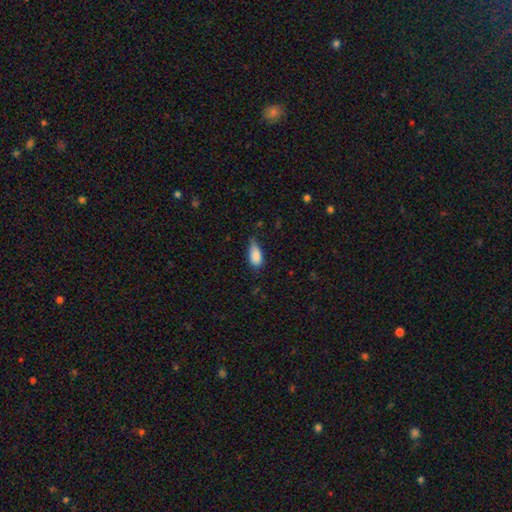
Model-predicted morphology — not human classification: Smooth or featured?
  - smooth: 86% *
  - star or artifact: 8%
  - featured or disk: 6%
How rounded?
  - in between: 88% *
  - cigar-shaped: 9%
  - round: 3%
Merging?
  - none: 48% *
  - minor disturbance: 42%
  - major disturbance: 8%
  - merger: 2%